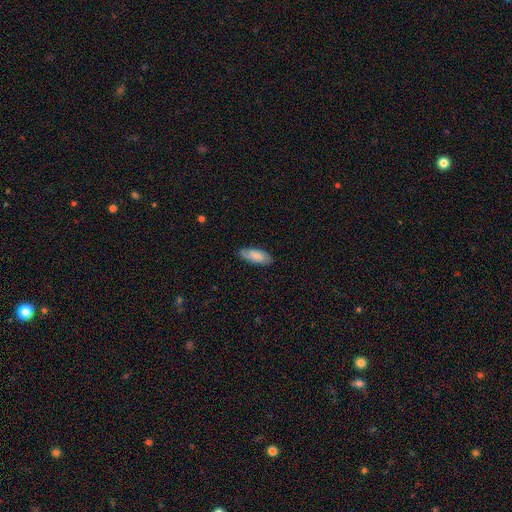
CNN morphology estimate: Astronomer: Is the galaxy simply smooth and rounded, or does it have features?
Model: smooth — 76%.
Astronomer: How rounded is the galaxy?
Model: in between — 81%.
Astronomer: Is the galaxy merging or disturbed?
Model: none — 81%.